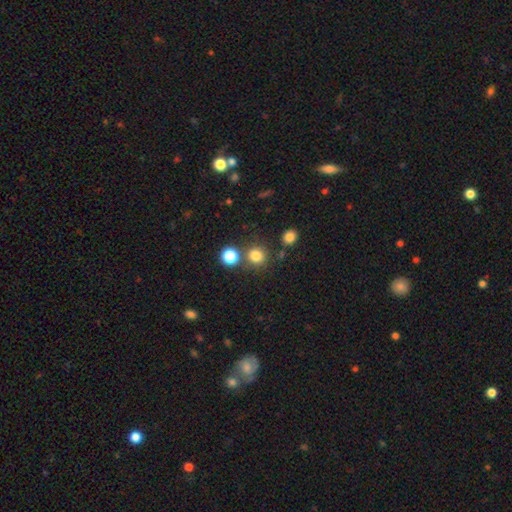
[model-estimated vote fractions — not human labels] A smooth galaxy with no disk features (80%) that is round (90%). Merging: none (76%).